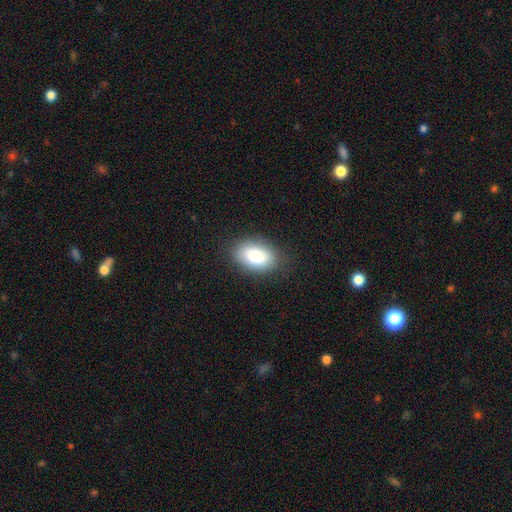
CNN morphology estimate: Q: Smooth or featured?
A: smooth (80%); runner-up: featured or disk (12%)
Q: How rounded?
A: in between (87%); runner-up: round (11%)
Q: Merging?
A: none (84%); runner-up: minor disturbance (11%)